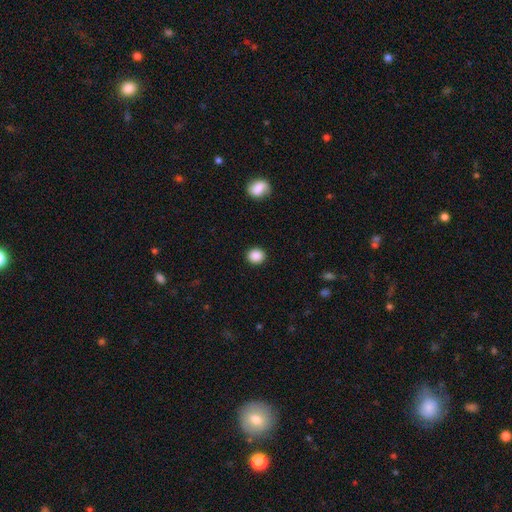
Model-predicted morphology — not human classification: smooth 89%, star or artifact 9%, featured or disk 3%. Down the decision tree: how rounded — round (83%); merging — none (91%).